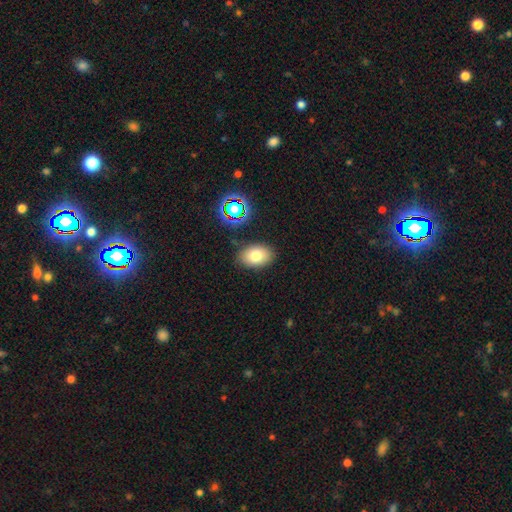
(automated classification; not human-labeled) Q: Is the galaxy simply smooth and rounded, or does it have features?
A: smooth — 77%.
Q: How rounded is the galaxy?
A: in between — 83%.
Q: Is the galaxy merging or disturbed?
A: none — 84%.